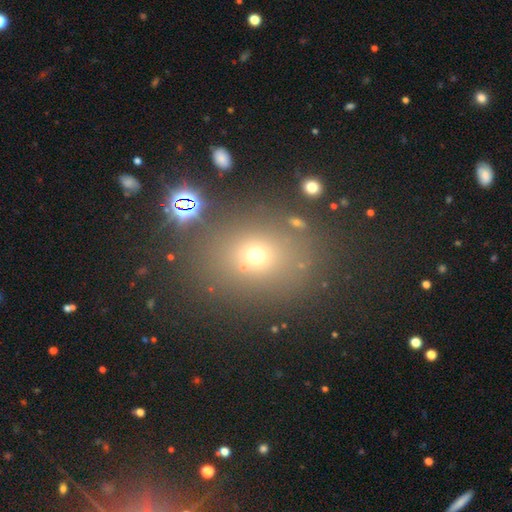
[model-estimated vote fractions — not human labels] The model was most divided on "how rounded": round: 63%, in between: 36%, cigar-shaped: 1%. More confident: merging — none (80%); smooth or featured — smooth (59%).